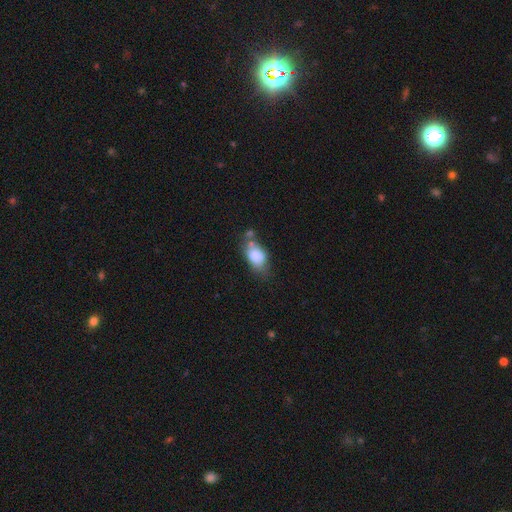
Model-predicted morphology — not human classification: Smooth or featured? Predicted: smooth (p=0.80). How rounded? Predicted: in between (p=0.85). Merging? Predicted: none (p=0.45).